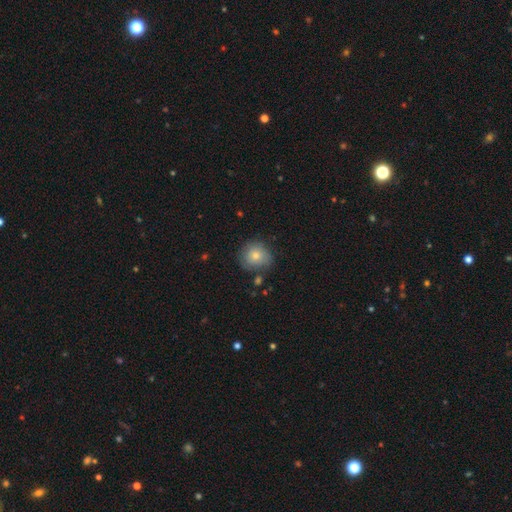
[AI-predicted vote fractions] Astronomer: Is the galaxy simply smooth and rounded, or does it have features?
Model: smooth — 74%.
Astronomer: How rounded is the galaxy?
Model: round — 86%.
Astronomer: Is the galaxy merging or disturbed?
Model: none — 69%.